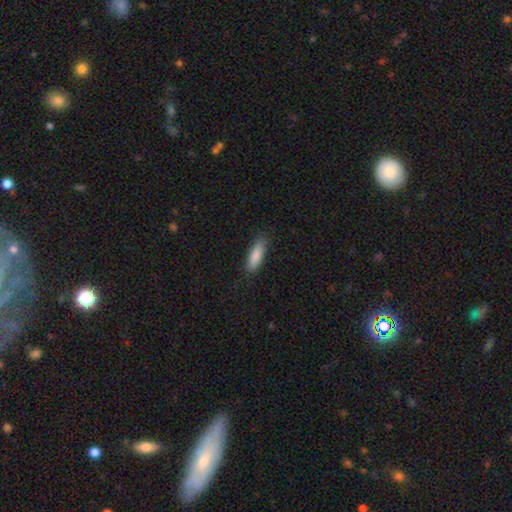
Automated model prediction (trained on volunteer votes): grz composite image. It shows a smooth galaxy with no disk features (87%) that is in between round and cigar-shaped (51%). Merging: none (84%).